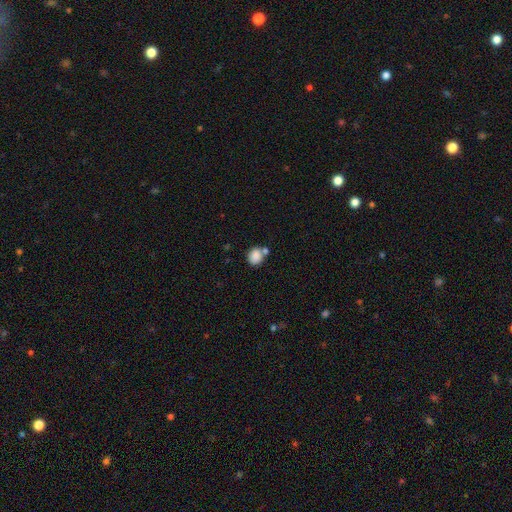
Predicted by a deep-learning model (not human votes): The model was most divided on "merging": none: 54%, merger: 29%, minor disturbance: 13%, major disturbance: 5%. More confident: smooth or featured — smooth (85%); how rounded — round (63%).